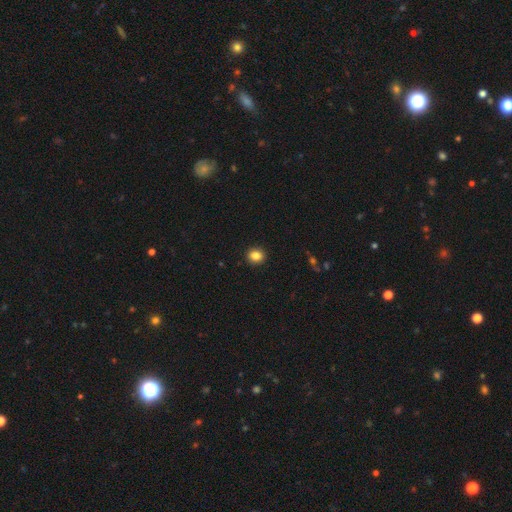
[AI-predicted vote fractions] smooth_or_featured: smooth (p=0.85) [alt: star or artifact p=0.11]
how_rounded: round (p=0.78) [alt: in between p=0.21]
merging: none (p=0.92) [alt: minor disturbance p=0.05]